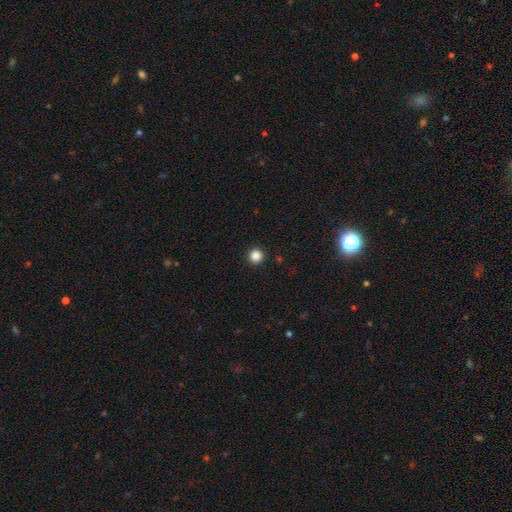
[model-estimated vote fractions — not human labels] The model was most divided on "smooth or featured": smooth: 86%, star or artifact: 11%, featured or disk: 3%. More confident: how rounded — round (96%); merging — none (94%).